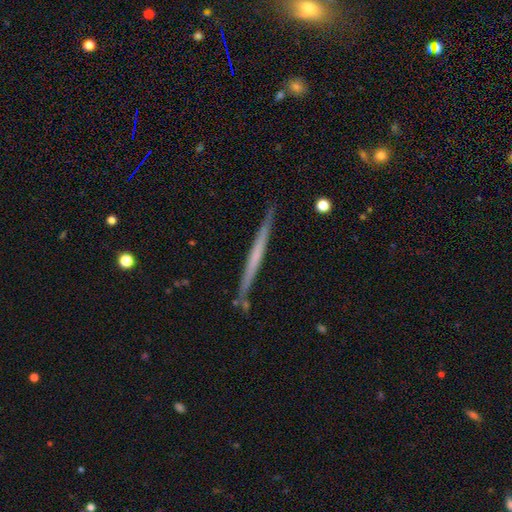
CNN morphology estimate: Smooth or featured: featured or disk — 59% (smooth — 35%)
Edge-on disk: yes — 97% (no — 3%)
Edge-on bulge: none — 86% (rounded — 9%)
Merging: none — 89% (minor disturbance — 8%)